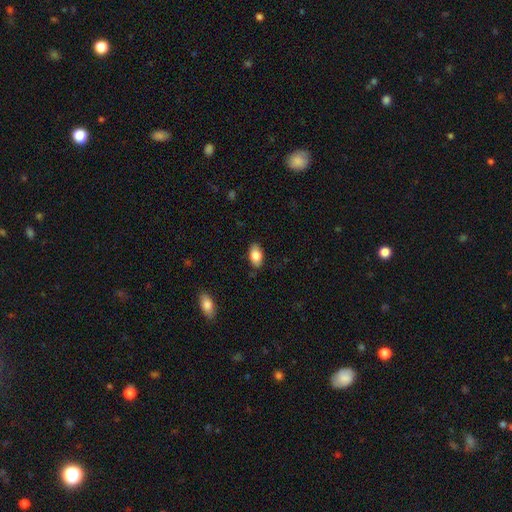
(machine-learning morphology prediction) This is clearly a smooth galaxy (83%). How rounded: clearly in between (92%). Merging: clearly none (85%).